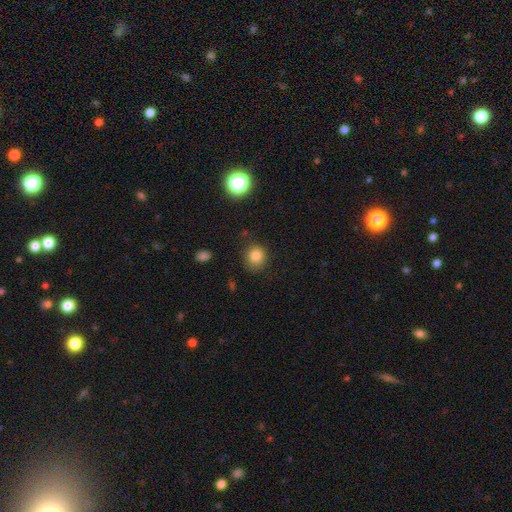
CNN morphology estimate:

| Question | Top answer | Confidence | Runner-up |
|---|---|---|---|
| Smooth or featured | smooth | 82% | star or artifact (13%) |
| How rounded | round | 82% | in between (17%) |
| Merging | none | 80% | minor disturbance (15%) |